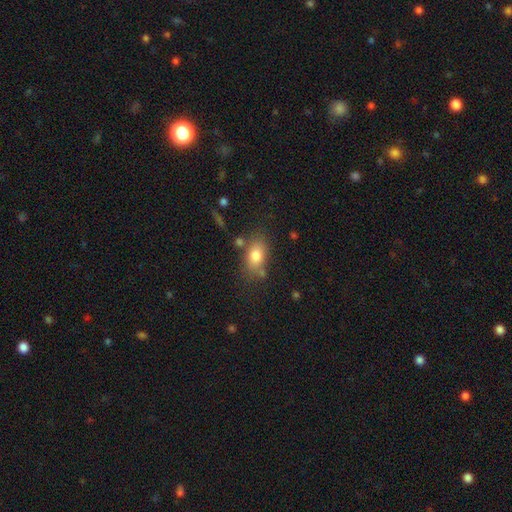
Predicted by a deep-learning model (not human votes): Smooth or featured? smooth (79%)
How rounded? in between (82%)
Merging? none (70%)